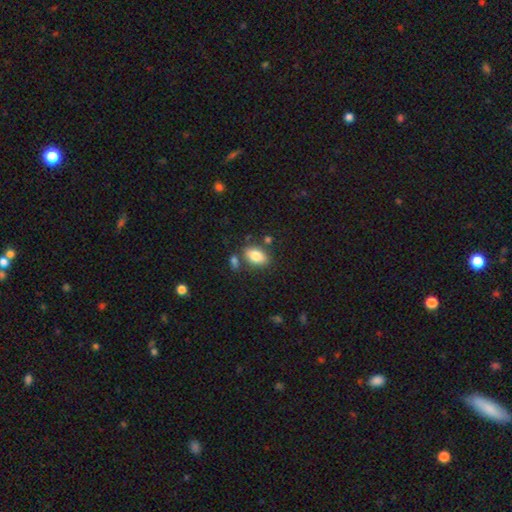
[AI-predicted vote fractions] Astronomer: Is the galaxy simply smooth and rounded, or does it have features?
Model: smooth — 81%.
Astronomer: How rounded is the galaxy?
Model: in between — 89%.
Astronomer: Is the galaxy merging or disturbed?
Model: none — 72%.